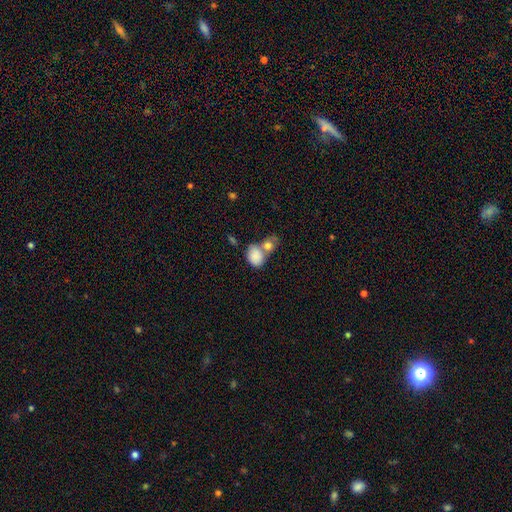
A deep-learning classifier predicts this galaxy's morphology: This is clearly a smooth galaxy (84%). How rounded: likely in between (66%). Merging: possibly merger (52%).